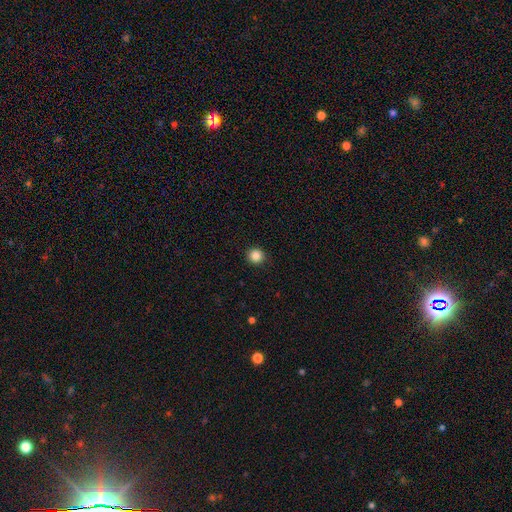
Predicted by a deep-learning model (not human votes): The model was most divided on "smooth or featured": smooth: 85%, star or artifact: 11%, featured or disk: 4%. More confident: how rounded — round (94%); merging — none (92%).